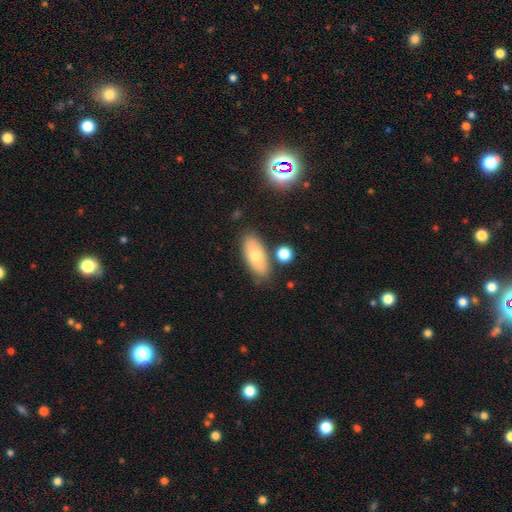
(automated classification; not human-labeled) The model was most divided on "smooth or featured": smooth: 69%, featured or disk: 25%, star or artifact: 7%. More confident: how rounded — in between (87%); merging — none (75%).